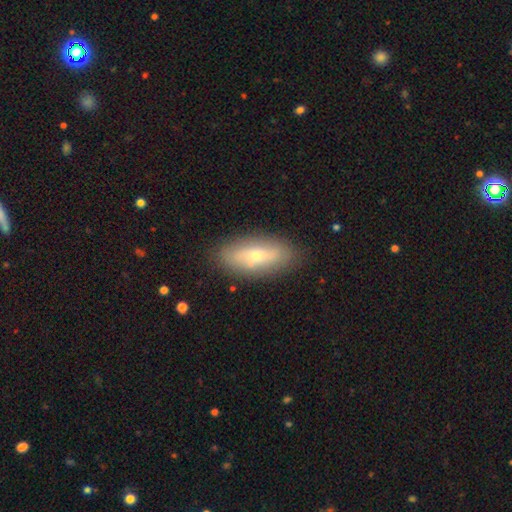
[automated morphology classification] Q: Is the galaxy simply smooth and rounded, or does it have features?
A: smooth — 53%.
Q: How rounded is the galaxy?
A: in between — 77%.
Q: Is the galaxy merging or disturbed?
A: none — 85%.